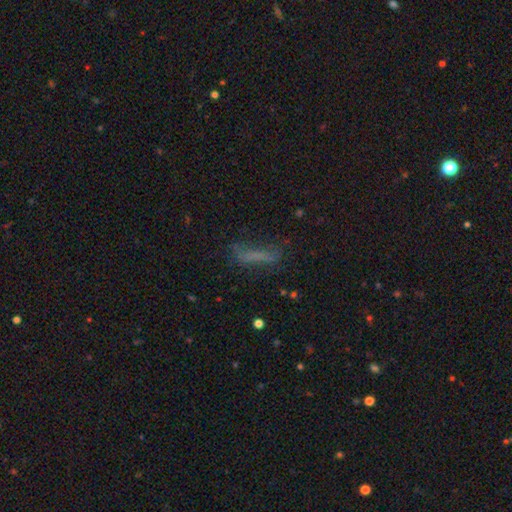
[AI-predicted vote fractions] smooth-or-featured: smooth: 57% | featured or disk: 27% | star or artifact: 16%
  how-rounded: cigar-shaped: 79% | in between: 19% | round: 3%
  merging: none: 58% | minor disturbance: 24% | major disturbance: 15% | merger: 3%